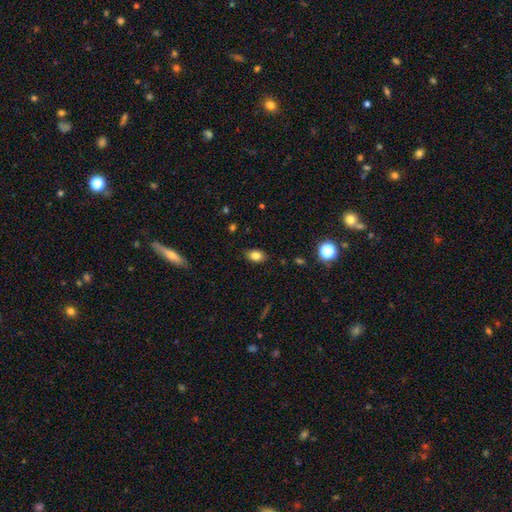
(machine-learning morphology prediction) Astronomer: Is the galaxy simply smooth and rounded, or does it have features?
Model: smooth — 81%.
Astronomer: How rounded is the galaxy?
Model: in between — 83%.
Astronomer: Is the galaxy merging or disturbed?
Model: none — 86%.